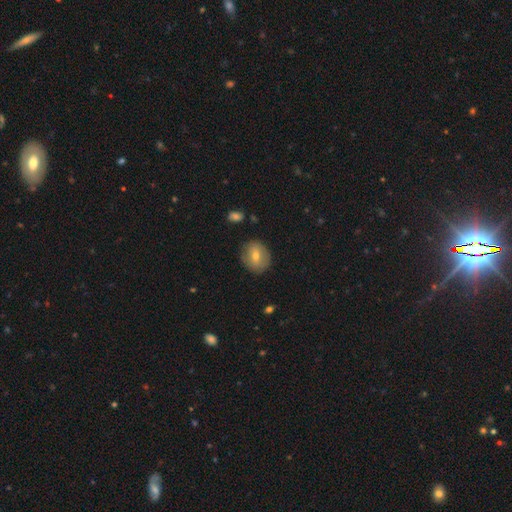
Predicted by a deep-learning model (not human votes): smooth_or_featured: smooth (p=0.59) [alt: featured or disk p=0.32]
how_rounded: round (p=0.57) [alt: in between p=0.41]
merging: none (p=0.83) [alt: minor disturbance p=0.12]